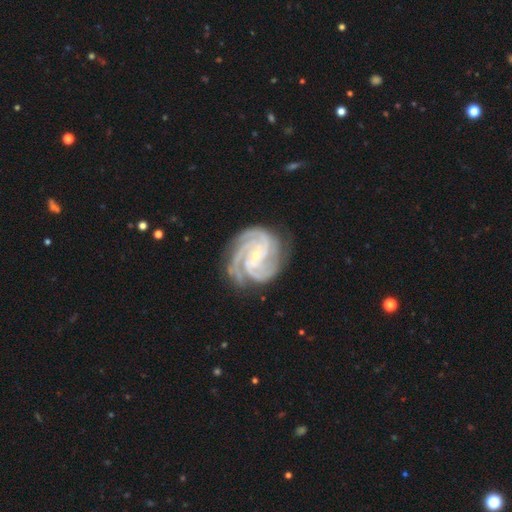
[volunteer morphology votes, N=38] Smooth or featured? featured or disk (92%)
Edge-on disk? no (100%)
Bar? weak (63%)
Spiral arms? yes (97%)
Spiral winding? tight (71%)
Spiral arm count? 3 (74%)
Bulge size? small (80%)
Merging? none (64%)